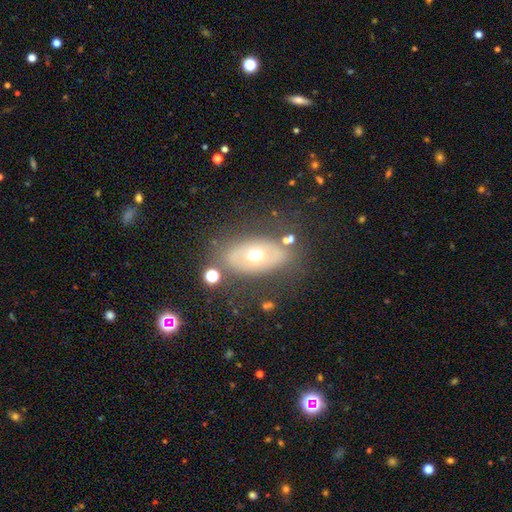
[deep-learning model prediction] A featured or disk galaxy (47%).

Vote fractions:
- Smooth or featured? featured or disk: 47% / smooth: 44% / star or artifact: 9%
- Merging? none: 73% / minor disturbance: 15% / major disturbance: 8% / merger: 4%